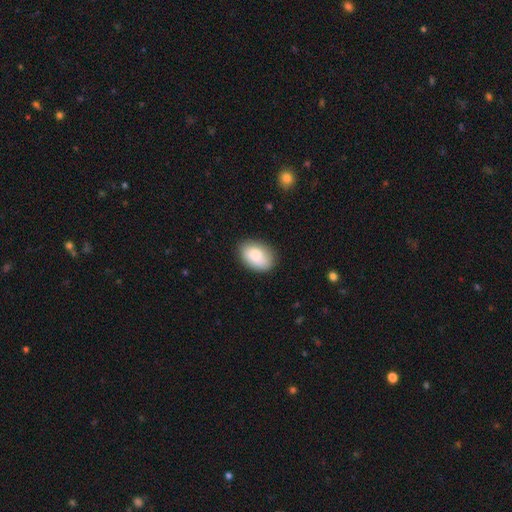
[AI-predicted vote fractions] Smooth or featured: smooth — 84% (featured or disk — 9%)
How rounded: in between — 87% (round — 11%)
Merging: none — 81% (minor disturbance — 15%)